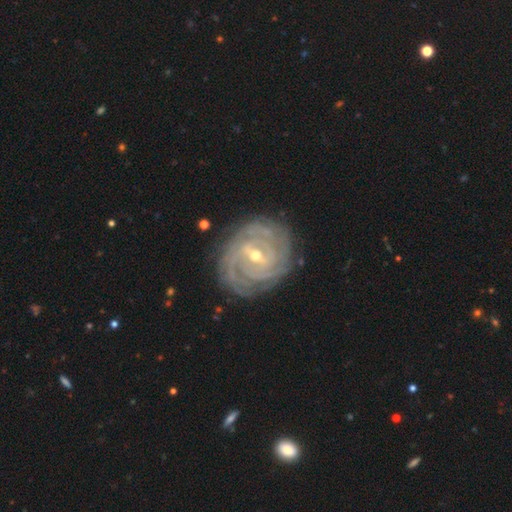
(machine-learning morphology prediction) Smooth or featured: featured or disk — 91% (smooth — 5%)
Edge-on disk: no — 97% (yes — 3%)
Bar: weak — 49% (strong — 33%)
Spiral arms: yes — 98% (no — 2%)
Spiral winding: tight — 84% (medium — 13%)
Spiral arm count: can't tell — 25% (4 — 22%)
Bulge size: small — 50% (moderate — 48%)
Merging: none — 82% (minor disturbance — 13%)